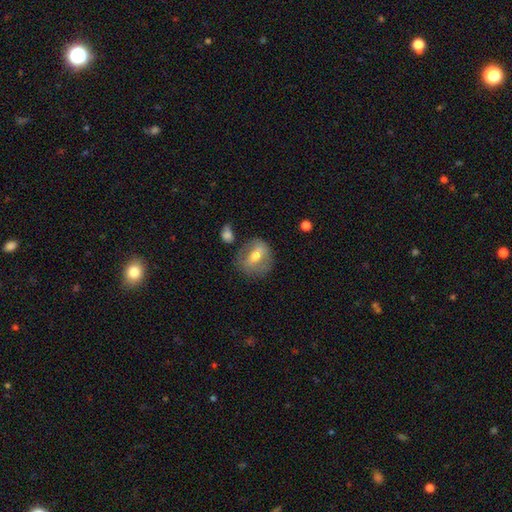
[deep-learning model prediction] smooth-or-featured: smooth: 48% | featured or disk: 44% | star or artifact: 8%
  merging: none: 66% | minor disturbance: 19% | major disturbance: 8% | merger: 7%